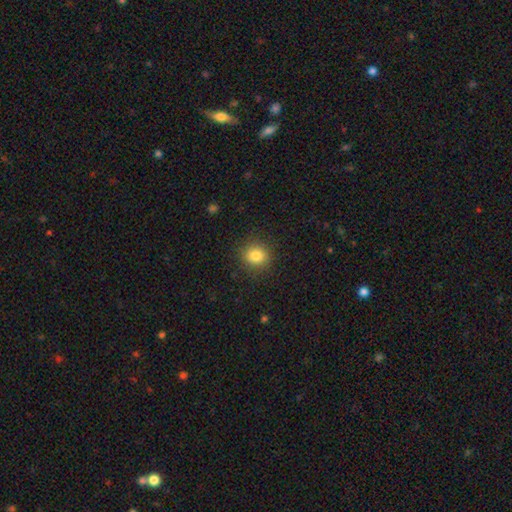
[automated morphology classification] A smooth galaxy with no disk features (83%) that is round (85%). Merging: none (87%).